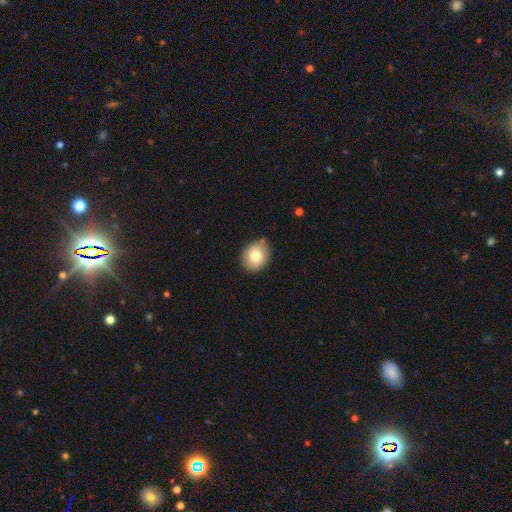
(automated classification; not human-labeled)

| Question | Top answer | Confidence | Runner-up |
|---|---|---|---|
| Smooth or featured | smooth | 78% | featured or disk (13%) |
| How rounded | round | 52% | in between (47%) |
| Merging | none | 80% | minor disturbance (15%) |